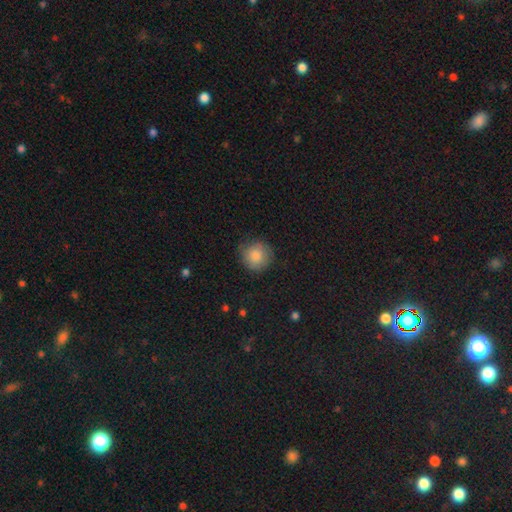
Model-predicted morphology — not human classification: smooth 85%, star or artifact 8%, featured or disk 7%. Down the decision tree: how rounded — round (93%); merging — none (79%).